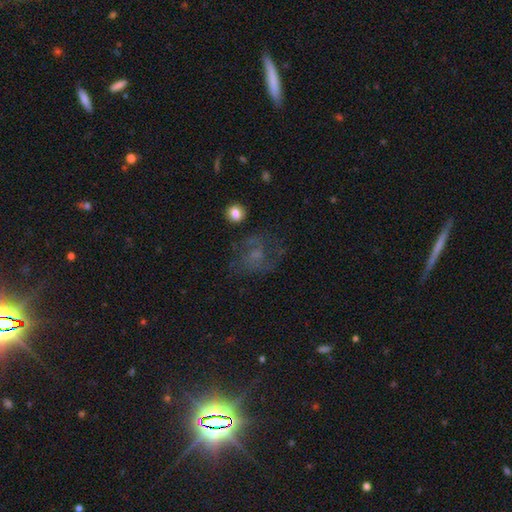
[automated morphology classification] This appears to be a featured or disk galaxy (48%). Merging: none (54%).